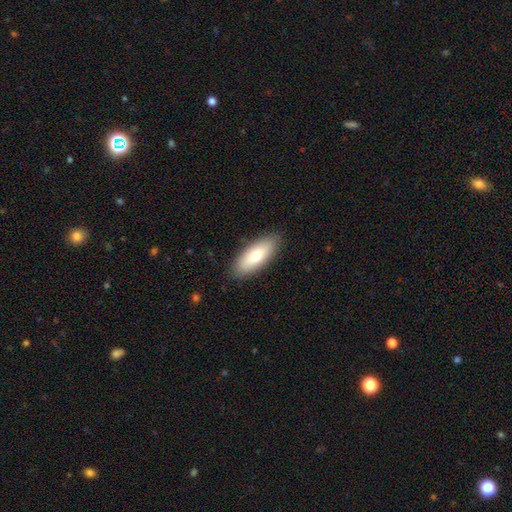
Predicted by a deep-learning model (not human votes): Smooth or featured?
  - smooth: 72% *
  - featured or disk: 22%
  - star or artifact: 6%
How rounded?
  - in between: 77% *
  - cigar-shaped: 21%
  - round: 2%
Merging?
  - none: 87% *
  - minor disturbance: 9%
  - major disturbance: 2%
  - merger: 1%